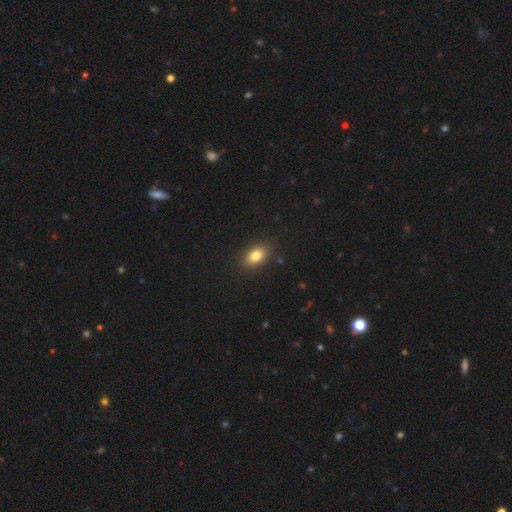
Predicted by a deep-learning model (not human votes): Smooth or featured? Predicted: smooth (p=0.83). How rounded? Predicted: in between (p=0.86). Merging? Predicted: none (p=0.87).